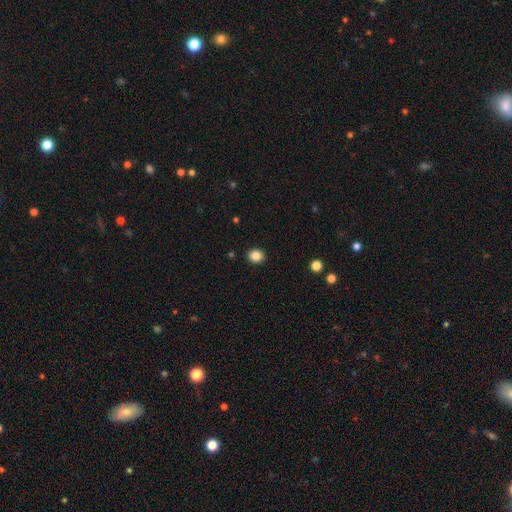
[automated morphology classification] This appears to be a smooth galaxy with no disk features (85%) that is round (69%). Merging: none (92%).